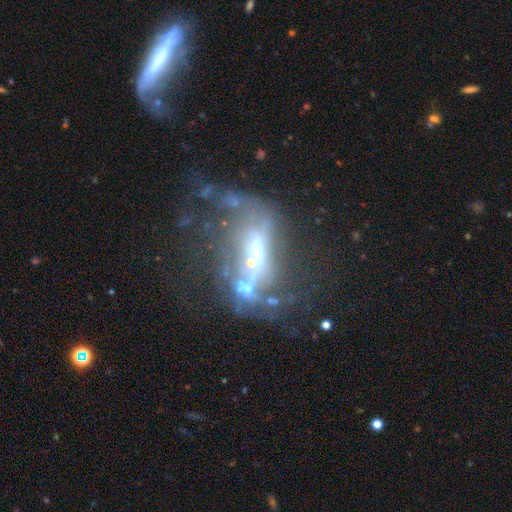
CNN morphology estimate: Smooth or featured?
  - featured or disk: 67% *
  - star or artifact: 18%
  - smooth: 16%
Edge-on disk?
  - no: 83% *
  - yes: 17%
Bar?
  - no: 53% *
  - strong: 26%
  - weak: 21%
Spiral arms?
  - no: 73% *
  - yes: 27%
Bulge size?
  - moderate: 44% *
  - small: 31%
  - none: 13%
  - large: 9%
  - dominant: 3%
Merging?
  - major disturbance: 32% *
  - merger: 30%
  - none: 25%
  - minor disturbance: 13%